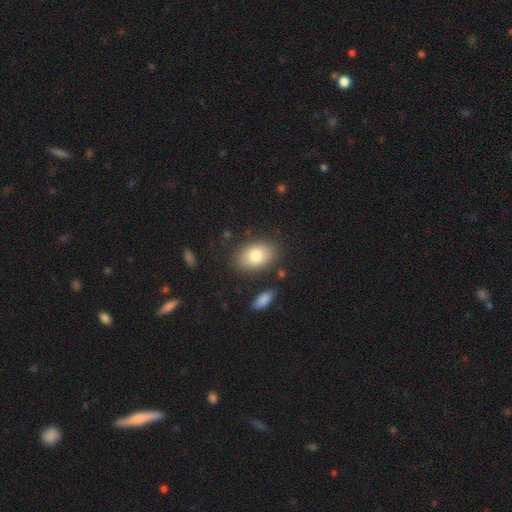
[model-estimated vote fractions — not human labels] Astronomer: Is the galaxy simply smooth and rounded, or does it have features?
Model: smooth — 79%.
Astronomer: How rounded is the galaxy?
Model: in between — 83%.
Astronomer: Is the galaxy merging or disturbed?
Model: none — 83%.